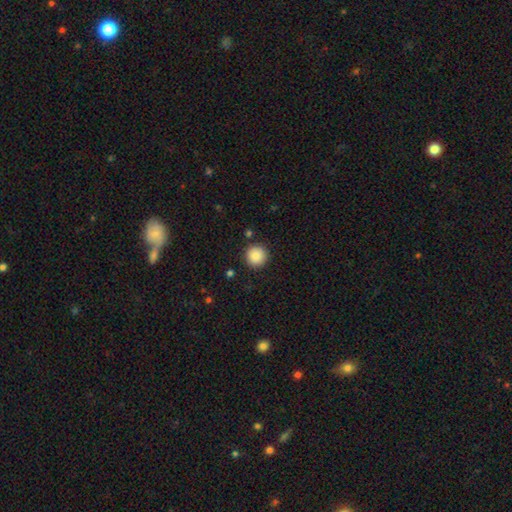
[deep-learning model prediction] smooth_or_featured: smooth (p=0.88) [alt: star or artifact p=0.08]
how_rounded: round (p=0.96) [alt: in between p=0.03]
merging: none (p=0.90) [alt: minor disturbance p=0.06]